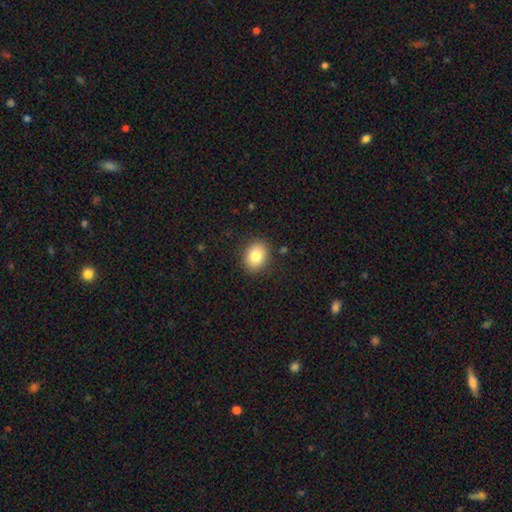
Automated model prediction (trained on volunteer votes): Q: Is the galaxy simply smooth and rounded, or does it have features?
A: smooth — 82%.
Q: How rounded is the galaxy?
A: in between — 52%.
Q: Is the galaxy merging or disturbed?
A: none — 89%.